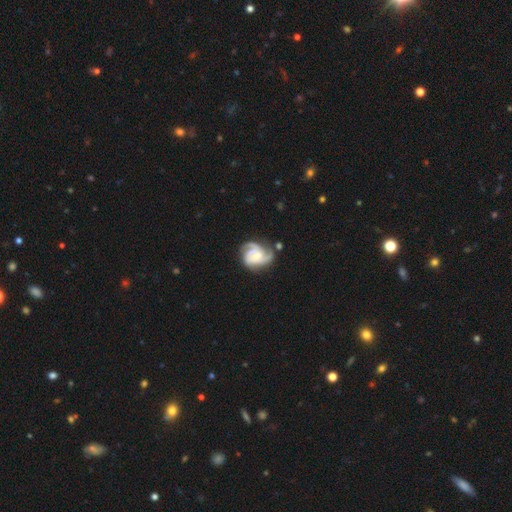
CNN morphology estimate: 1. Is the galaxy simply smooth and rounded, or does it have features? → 86% featured or disk, 9% smooth, 5% star or artifact.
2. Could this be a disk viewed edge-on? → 98% no, 2% yes.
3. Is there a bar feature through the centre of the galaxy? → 59% no, 33% weak, 8% strong.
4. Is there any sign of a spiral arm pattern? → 98% yes, 2% no.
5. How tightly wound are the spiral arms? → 48% tight, 42% medium, 10% loose.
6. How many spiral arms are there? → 63% 3, 16% 2, 7% 4, 7% can't tell, 3% 1, 3% more than 4.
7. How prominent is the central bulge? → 48% small, 44% moderate, 4% none, 3% large, 1% dominant.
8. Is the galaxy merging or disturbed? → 61% none, 23% minor disturbance, 12% major disturbance, 4% merger.